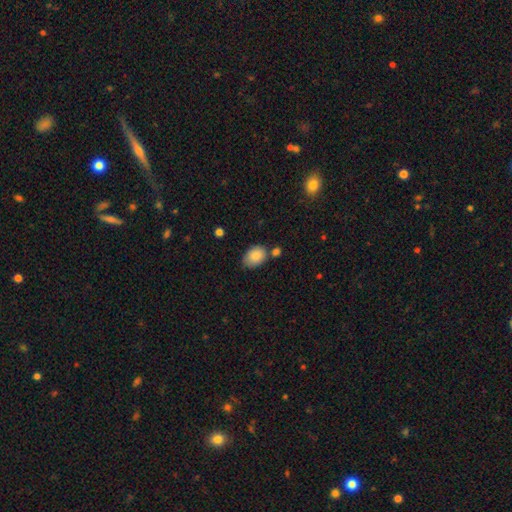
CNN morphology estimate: A smooth galaxy with no disk features (85%) that is in between round and cigar-shaped (81%). Merging: none (65%).